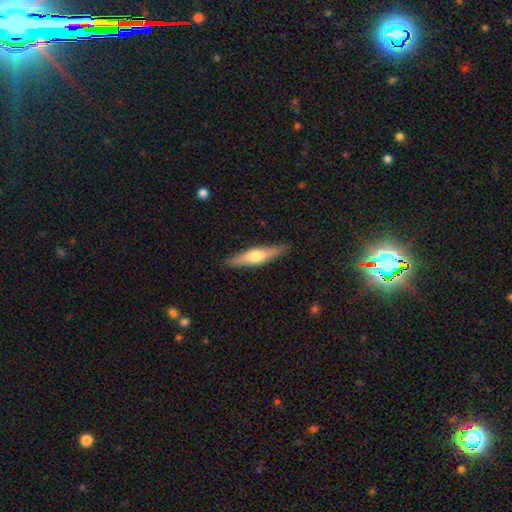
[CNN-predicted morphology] smooth-or-featured: featured or disk: 48% | smooth: 47% | star or artifact: 5%
  merging: none: 88% | minor disturbance: 9% | major disturbance: 2% | merger: 1%